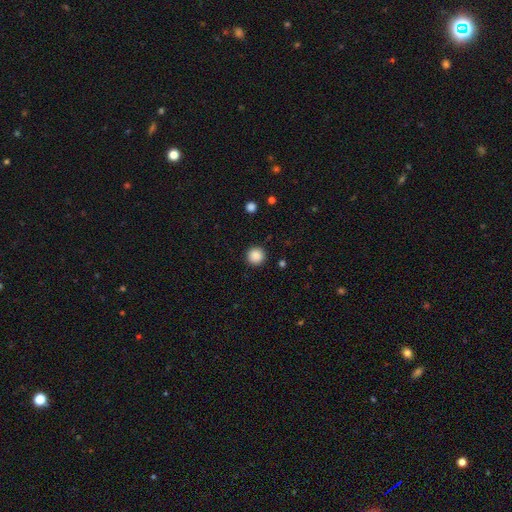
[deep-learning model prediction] smooth_or_featured: smooth (p=0.88) [alt: star or artifact p=0.09]
how_rounded: round (p=0.96) [alt: in between p=0.03]
merging: none (p=0.92) [alt: minor disturbance p=0.05]